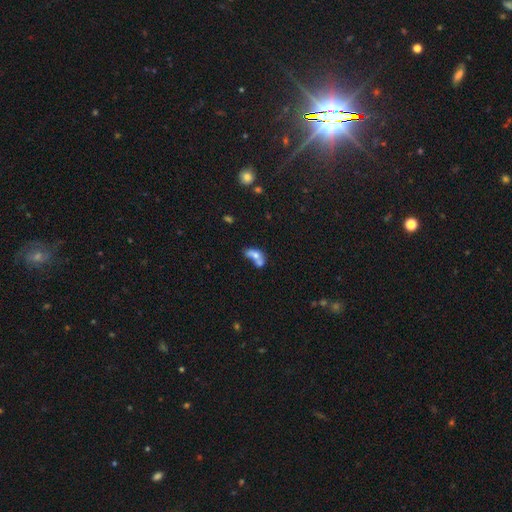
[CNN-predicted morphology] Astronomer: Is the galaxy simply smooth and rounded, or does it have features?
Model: smooth — 61%.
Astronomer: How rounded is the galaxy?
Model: in between — 74%.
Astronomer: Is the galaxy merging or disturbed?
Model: merger — 65%.